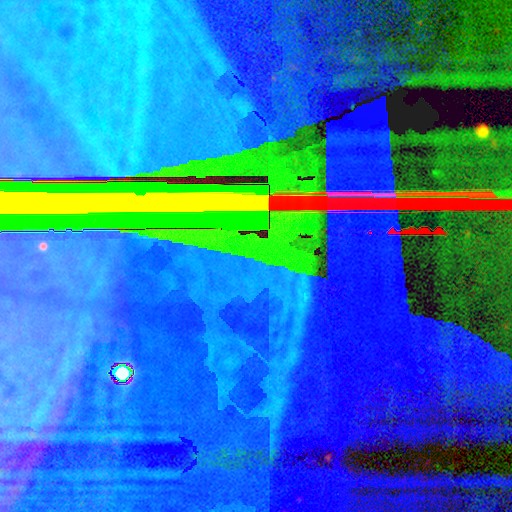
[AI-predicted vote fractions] star or artifact 86%, featured or disk 8%, smooth 6%.